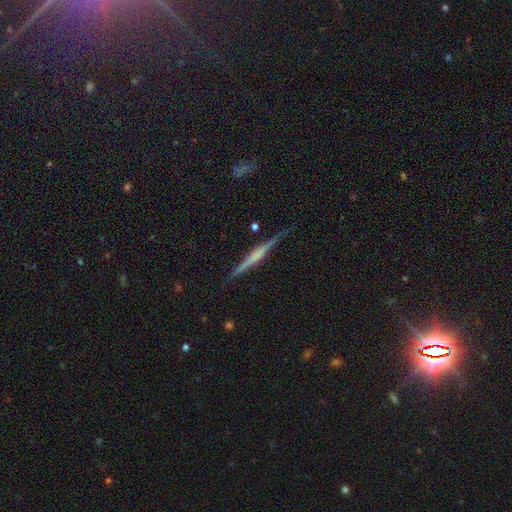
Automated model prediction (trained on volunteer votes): Smooth or featured? featured or disk (75%)
Edge-on disk? yes (98%)
Edge-on bulge? rounded (47%)
Merging? none (88%)